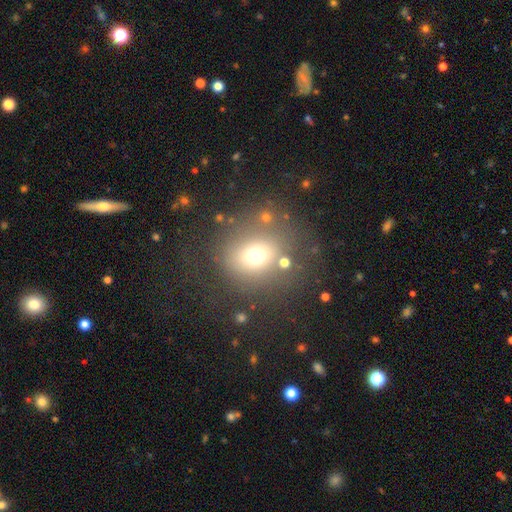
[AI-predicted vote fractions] smooth-or-featured: smooth: 68% | star or artifact: 19% | featured or disk: 14%
  how-rounded: round: 79% | in between: 20% | cigar-shaped: 1%
  merging: none: 69% | minor disturbance: 14% | major disturbance: 10% | merger: 6%